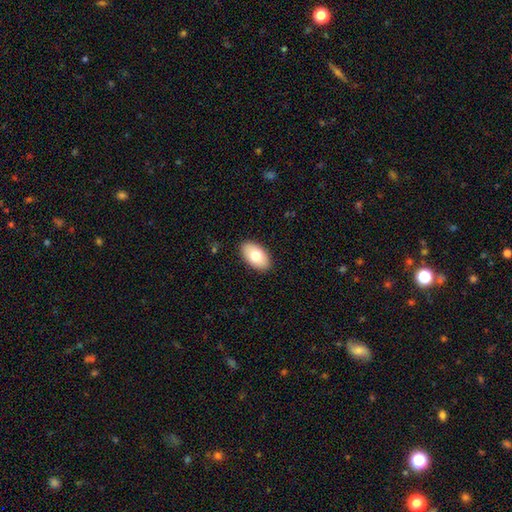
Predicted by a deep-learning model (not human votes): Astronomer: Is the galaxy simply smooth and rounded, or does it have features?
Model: smooth — 77%.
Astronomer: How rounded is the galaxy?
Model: in between — 94%.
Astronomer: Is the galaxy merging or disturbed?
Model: none — 89%.